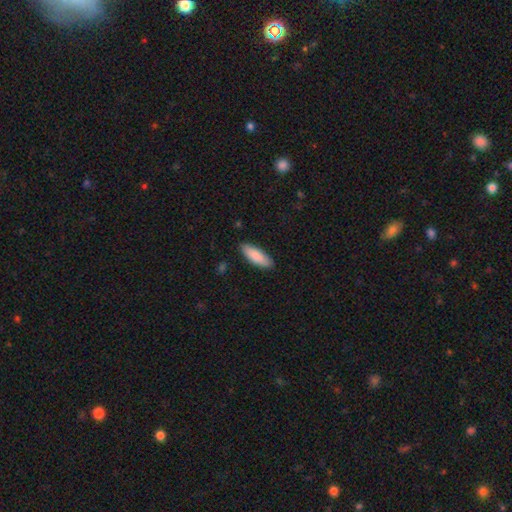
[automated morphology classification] This is clearly a smooth galaxy (87%). How rounded: likely in between (61%). Merging: clearly none (88%).